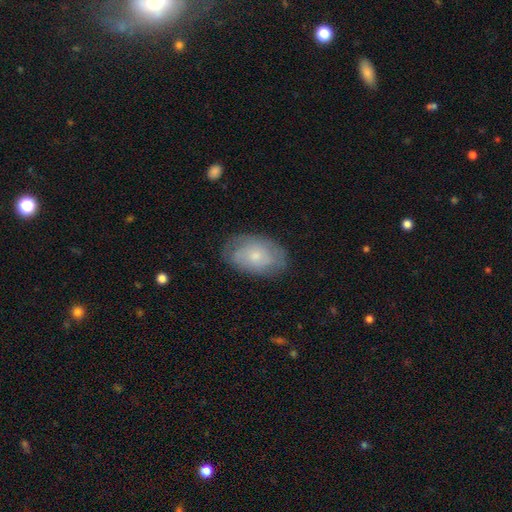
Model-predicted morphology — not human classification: Q: Smooth or featured?
A: smooth (52%); runner-up: featured or disk (41%)
Q: How rounded?
A: in between (91%); runner-up: round (8%)
Q: Merging?
A: none (73%); runner-up: minor disturbance (20%)